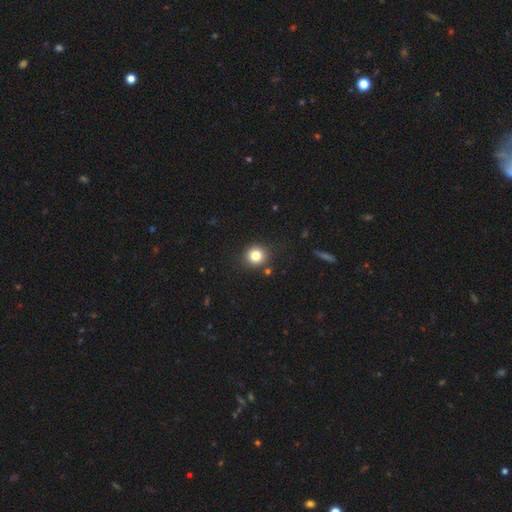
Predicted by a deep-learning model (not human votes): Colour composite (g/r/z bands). It shows a smooth galaxy with no disk features (81%) that is round (91%). Merging: none (88%).